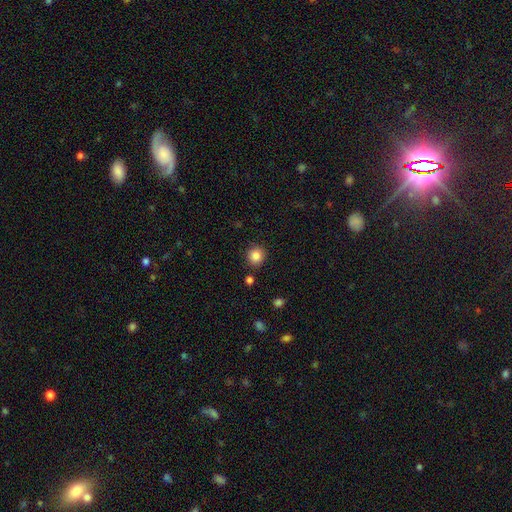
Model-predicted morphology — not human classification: Q: Smooth or featured?
A: smooth (86%); runner-up: star or artifact (10%)
Q: How rounded?
A: round (91%); runner-up: in between (8%)
Q: Merging?
A: none (88%); runner-up: minor disturbance (7%)